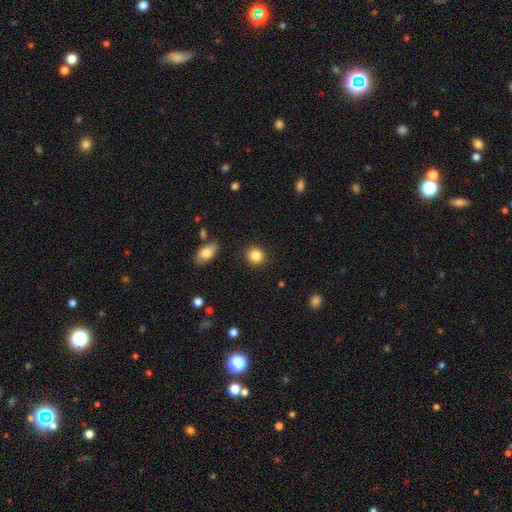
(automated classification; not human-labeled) A smooth galaxy with no disk features (86%) that is round (86%).

Vote fractions:
- Smooth or featured? smooth: 86% / star or artifact: 9% / featured or disk: 5%
- How rounded? round: 86% / in between: 13% / cigar-shaped: 1%
- Merging? none: 89% / minor disturbance: 7% / major disturbance: 2% / merger: 2%